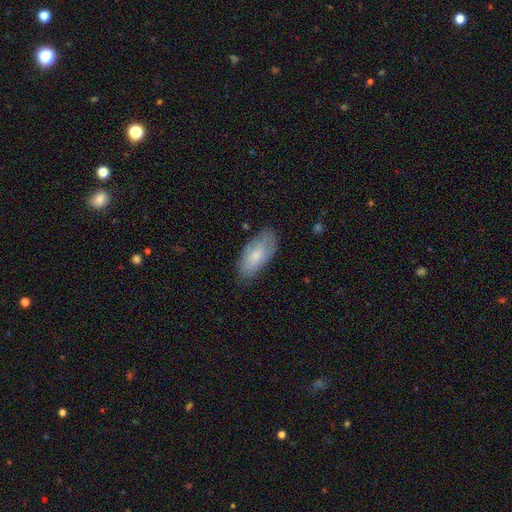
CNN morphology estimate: A smooth galaxy with no disk features (73%) that is in between round and cigar-shaped (91%).

Vote fractions:
- Smooth or featured? smooth: 73% / featured or disk: 21% / star or artifact: 6%
- How rounded? in between: 91% / cigar-shaped: 7% / round: 2%
- Merging? none: 74% / minor disturbance: 20% / major disturbance: 4% / merger: 1%